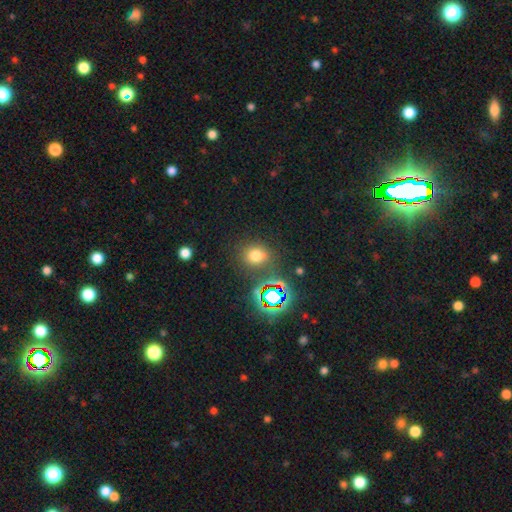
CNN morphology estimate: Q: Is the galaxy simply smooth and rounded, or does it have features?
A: smooth — 64%.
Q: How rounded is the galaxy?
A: round — 71%.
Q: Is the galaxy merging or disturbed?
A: none — 76%.